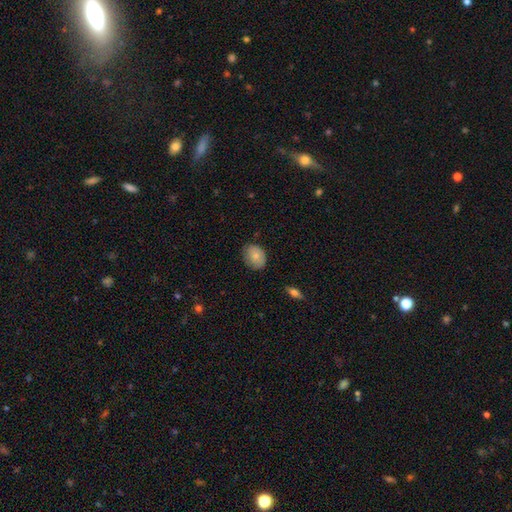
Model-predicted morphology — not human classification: smooth_or_featured: smooth (p=0.79) [alt: featured or disk p=0.14]
how_rounded: in between (p=0.64) [alt: round p=0.35]
merging: none (p=0.73) [alt: minor disturbance p=0.22]